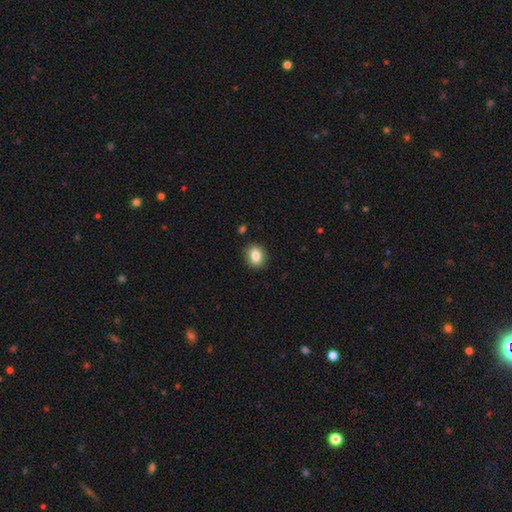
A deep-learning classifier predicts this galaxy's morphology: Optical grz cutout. It shows a smooth galaxy with no disk features (84%) that is round (55%). Merging: none (89%).